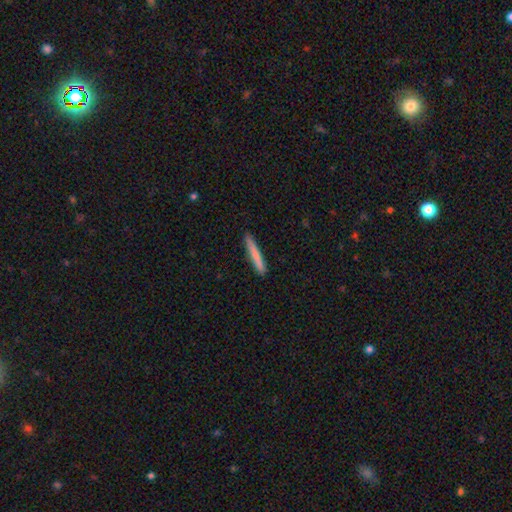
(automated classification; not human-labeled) Smooth or featured?
  - smooth: 76% *
  - featured or disk: 18%
  - star or artifact: 5%
How rounded?
  - cigar-shaped: 96% *
  - in between: 3%
  - round: 1%
Merging?
  - none: 90% *
  - minor disturbance: 7%
  - major disturbance: 1%
  - merger: 1%